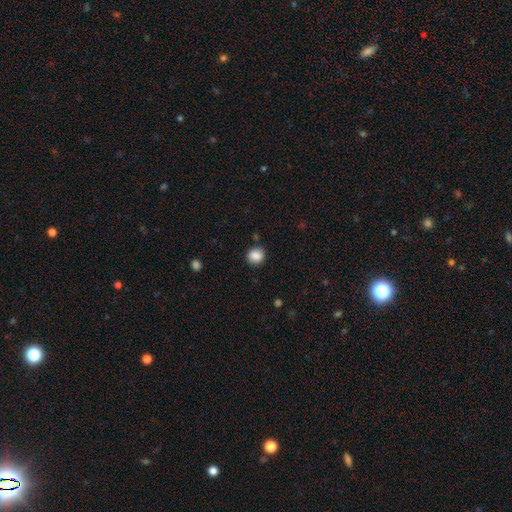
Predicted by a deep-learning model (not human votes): Morphology: type=smooth (87%); roundness=round (82%); merging=none (86%).